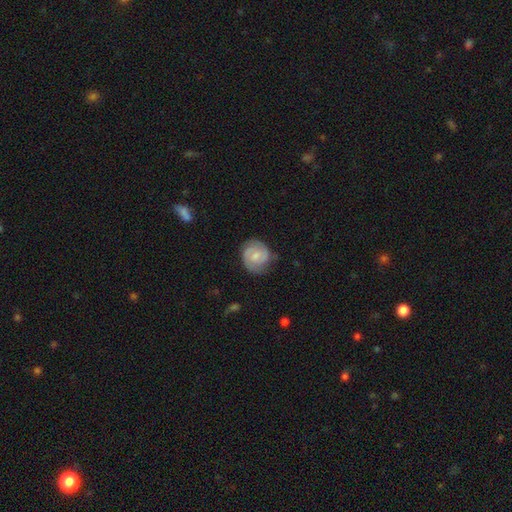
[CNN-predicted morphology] smooth_or_featured: featured or disk (p=0.61) [alt: smooth p=0.33]
disk_edge_on: no (p=0.98) [alt: yes p=0.02]
bar: no (p=0.49) [alt: weak p=0.43]
has_spiral_arms: yes (p=0.90) [alt: no p=0.10]
spiral_winding: tight (p=0.54) [alt: medium p=0.36]
spiral_arm_count: 2 (p=0.75) [alt: can't tell p=0.14]
bulge_size: small (p=0.45) [alt: moderate p=0.43]
merging: none (p=0.72) [alt: minor disturbance p=0.21]